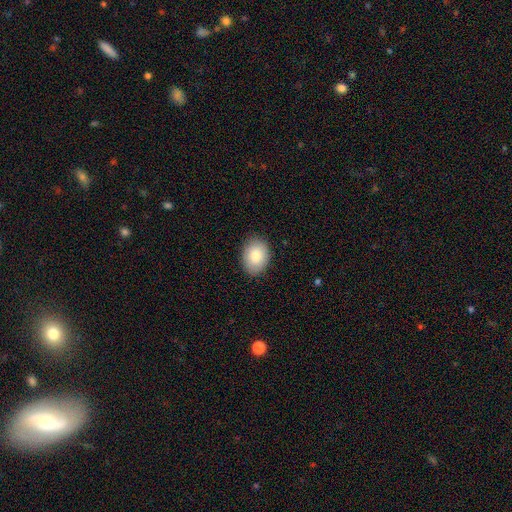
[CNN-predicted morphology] smooth_or_featured: smooth (p=0.82) [alt: featured or disk p=0.11]
how_rounded: in between (p=0.75) [alt: round p=0.24]
merging: none (p=0.88) [alt: minor disturbance p=0.10]